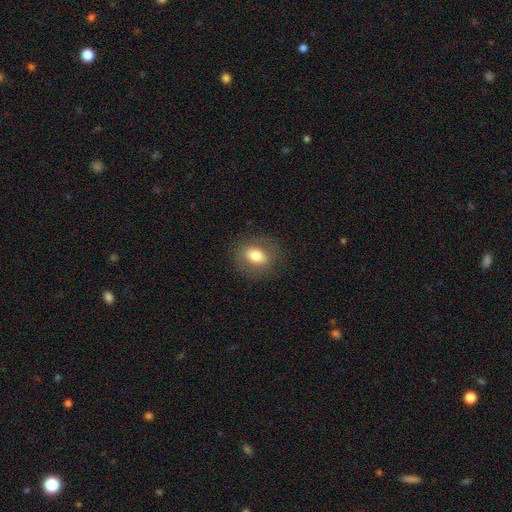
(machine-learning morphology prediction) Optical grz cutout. It shows a smooth galaxy with no disk features (69%) that is in between round and cigar-shaped (66%). Merging: none (84%).